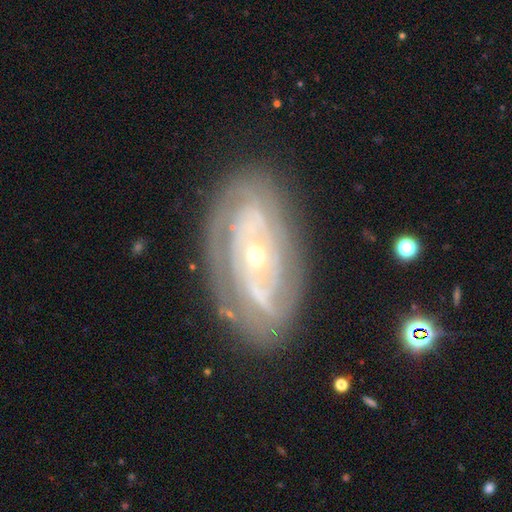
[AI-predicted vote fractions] Smooth or featured?
  - featured or disk: 83% *
  - smooth: 11%
  - star or artifact: 6%
Edge-on disk?
  - no: 94% *
  - yes: 6%
Bar?
  - no: 73% *
  - weak: 17%
  - strong: 9%
Spiral arms?
  - yes: 85% *
  - no: 15%
Spiral winding?
  - tight: 73% *
  - medium: 21%
  - loose: 6%
Spiral arm count?
  - can't tell: 38% *
  - 2: 33%
  - 3: 13%
  - 4: 6%
  - 1: 5%
  - more than 4: 4%
Bulge size?
  - small: 60% *
  - moderate: 36%
  - large: 2%
  - none: 1%
  - dominant: 1%
Merging?
  - none: 76% *
  - minor disturbance: 16%
  - major disturbance: 6%
  - merger: 2%